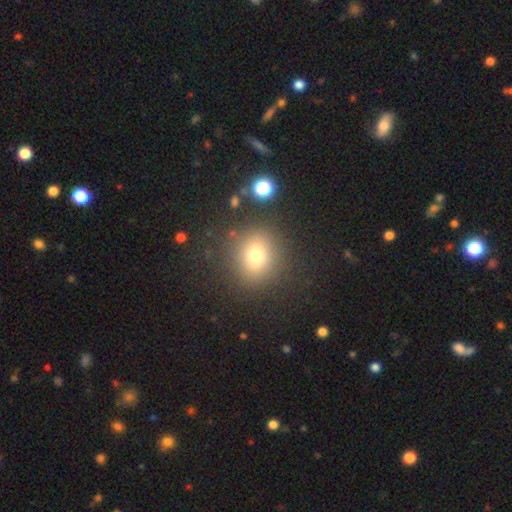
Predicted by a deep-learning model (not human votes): Smooth or featured?
  - smooth: 73% *
  - star or artifact: 17%
  - featured or disk: 10%
How rounded?
  - round: 81% *
  - in between: 18%
  - cigar-shaped: 1%
Merging?
  - none: 86% *
  - minor disturbance: 8%
  - major disturbance: 4%
  - merger: 3%